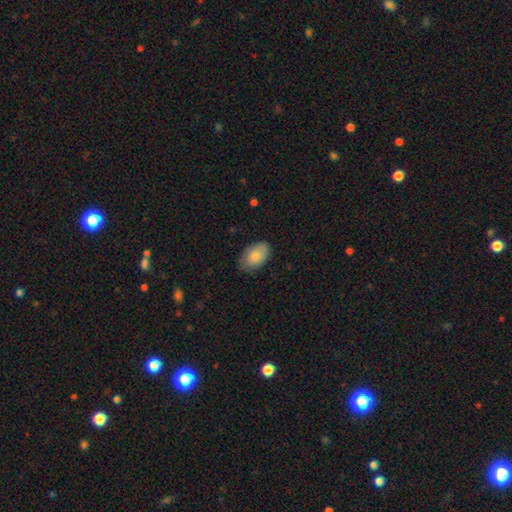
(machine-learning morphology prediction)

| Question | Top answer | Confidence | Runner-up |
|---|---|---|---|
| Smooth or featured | smooth | 83% | featured or disk (10%) |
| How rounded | in between | 92% | round (7%) |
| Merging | none | 77% | minor disturbance (18%) |